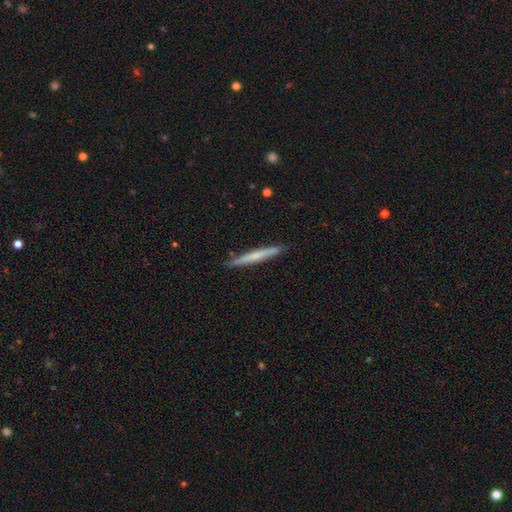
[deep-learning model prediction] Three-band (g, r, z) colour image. It shows a smooth galaxy with no disk features (49%). Merging: none (90%).